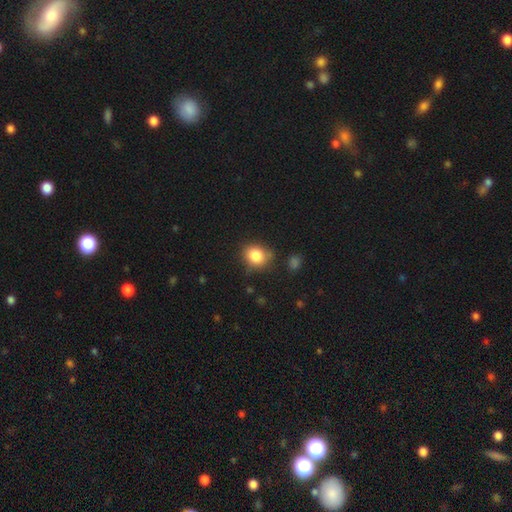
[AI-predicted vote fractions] Smooth or featured? Predicted: smooth (p=0.84). How rounded? Predicted: round (p=0.67). Merging? Predicted: none (p=0.75).